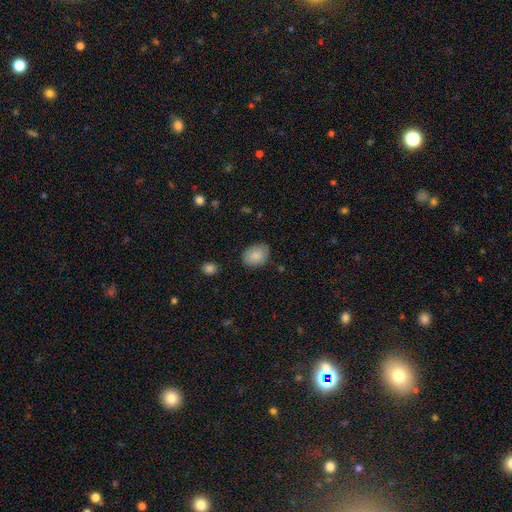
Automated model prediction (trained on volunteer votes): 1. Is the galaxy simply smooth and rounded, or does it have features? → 85% smooth, 8% featured or disk, 7% star or artifact.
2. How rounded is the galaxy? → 71% in between, 28% round, 1% cigar-shaped.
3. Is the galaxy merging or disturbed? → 80% none, 16% minor disturbance, 3% major disturbance, 1% merger.